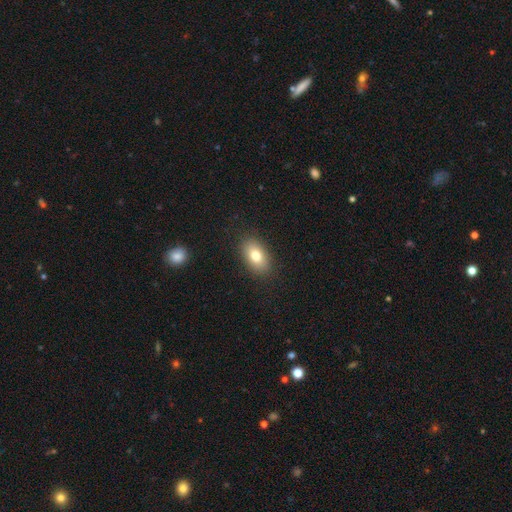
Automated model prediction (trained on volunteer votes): Smooth or featured: smooth — 79% (featured or disk — 13%)
How rounded: in between — 89% (round — 9%)
Merging: none — 88% (minor disturbance — 9%)